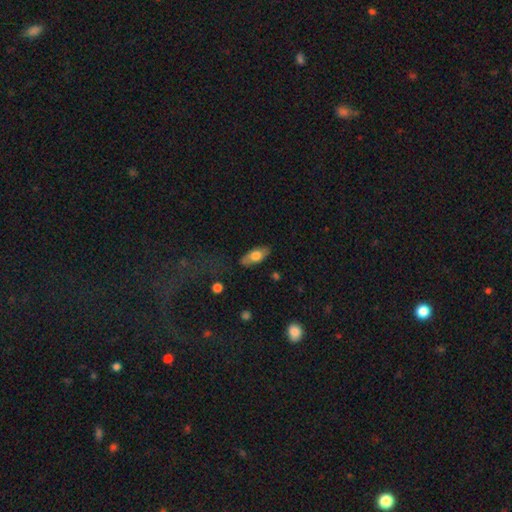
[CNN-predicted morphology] A smooth galaxy with no disk features (67%) that is in between round and cigar-shaped (82%).

Vote fractions:
- Smooth or featured? smooth: 67% / featured or disk: 27% / star or artifact: 6%
- How rounded? in between: 82% / cigar-shaped: 14% / round: 3%
- Merging? none: 81% / minor disturbance: 14% / major disturbance: 3% / merger: 2%